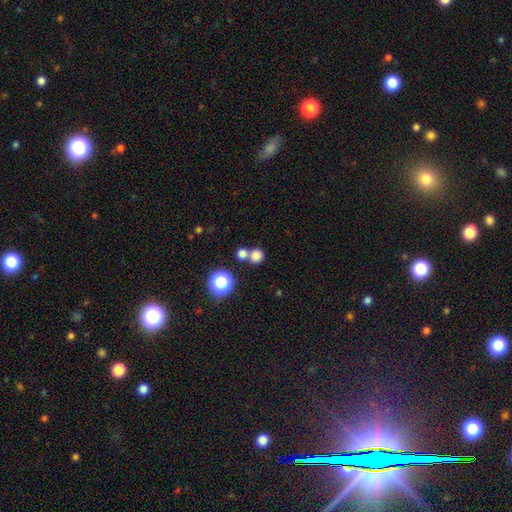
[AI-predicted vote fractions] Smooth or featured? smooth (77%)
How rounded? round (85%)
Merging? none (55%)